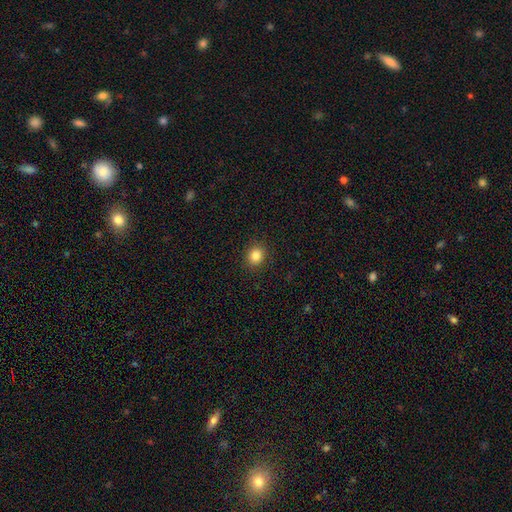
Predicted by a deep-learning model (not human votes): This appears to be a smooth galaxy with no disk features (84%) that is round (80%). Merging: none (90%).